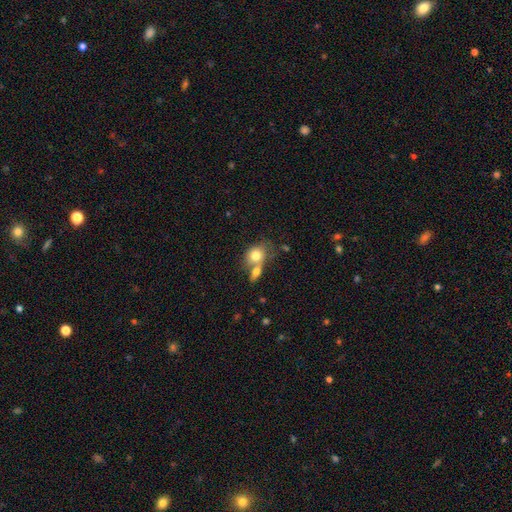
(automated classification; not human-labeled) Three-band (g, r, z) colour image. It shows a smooth galaxy with no disk features (77%) that is round (54%). Merging: merger (54%).